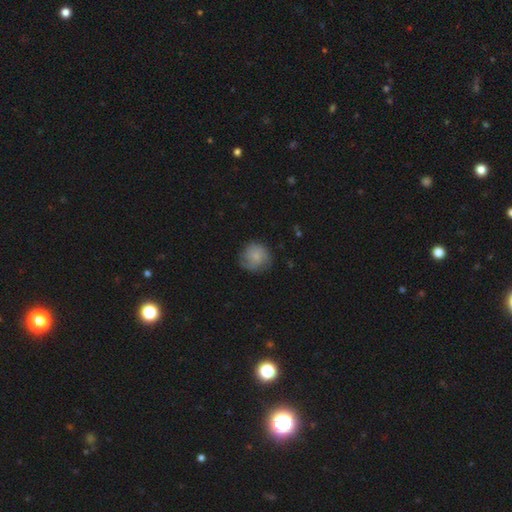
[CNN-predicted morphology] The model was most divided on "smooth or featured": smooth: 56%, featured or disk: 36%, star or artifact: 8%. More confident: how rounded — round (89%); merging — none (72%).